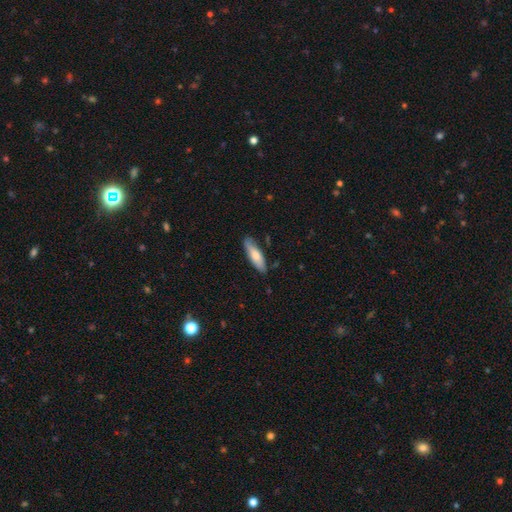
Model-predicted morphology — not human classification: A smooth galaxy with no disk features (70%) that is cigar-shaped (57%). Merging: none (81%).